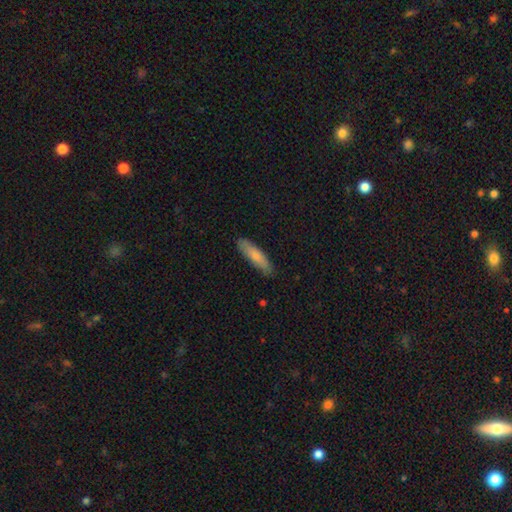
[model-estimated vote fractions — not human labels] The model was most divided on "how rounded": cigar-shaped: 72%, in between: 27%, round: 2%. More confident: merging — none (87%); smooth or featured — smooth (77%).